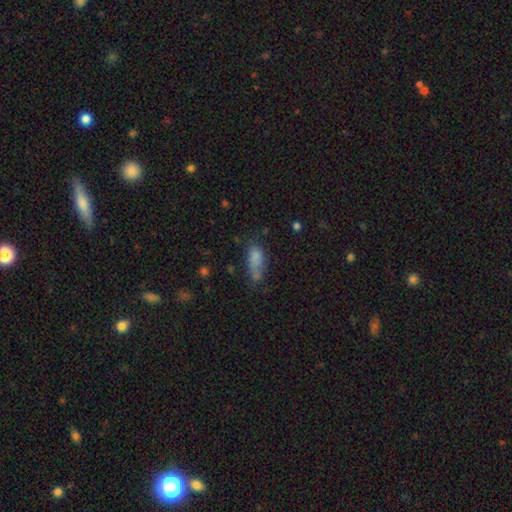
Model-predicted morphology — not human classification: Smooth or featured? smooth (75%)
How rounded? in between (78%)
Merging? none (37%)